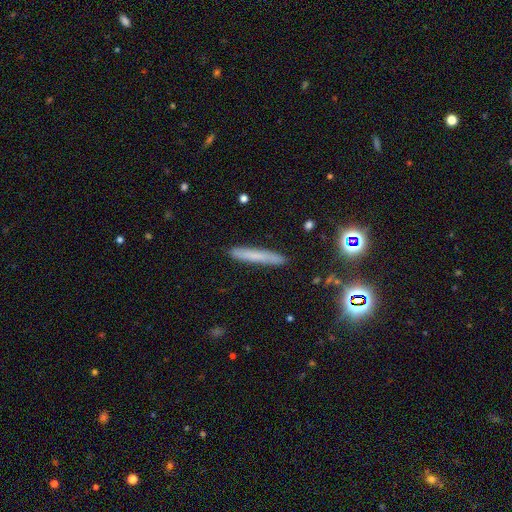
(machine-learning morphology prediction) Q: Smooth or featured?
A: smooth (64%); runner-up: featured or disk (24%)
Q: How rounded?
A: cigar-shaped (95%); runner-up: in between (4%)
Q: Merging?
A: none (88%); runner-up: minor disturbance (9%)